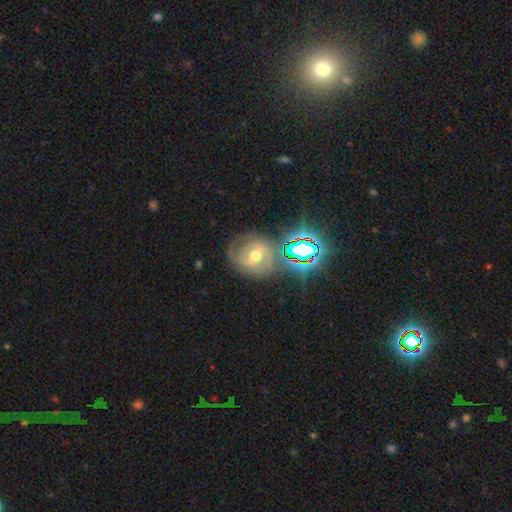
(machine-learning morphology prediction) smooth-or-featured: featured or disk: 60% | smooth: 21% | star or artifact: 18%
  disk-edge-on: no: 95% | yes: 5%
    bar: weak: 41% | strong: 30% | no: 29%
    has-spiral-arms: yes: 74% | no: 26%
    bulge-size: moderate: 76% | small: 15% | large: 7% | none: 1% | dominant: 1%
  merging: none: 67% | minor disturbance: 17% | major disturbance: 11% | merger: 5%